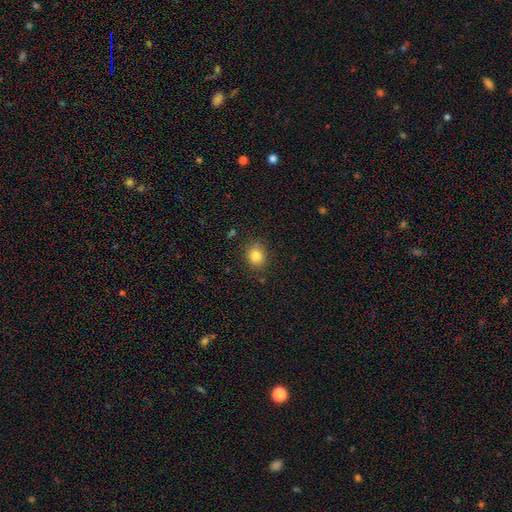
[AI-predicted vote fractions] Smooth or featured? smooth (83%)
How rounded? round (69%)
Merging? none (83%)